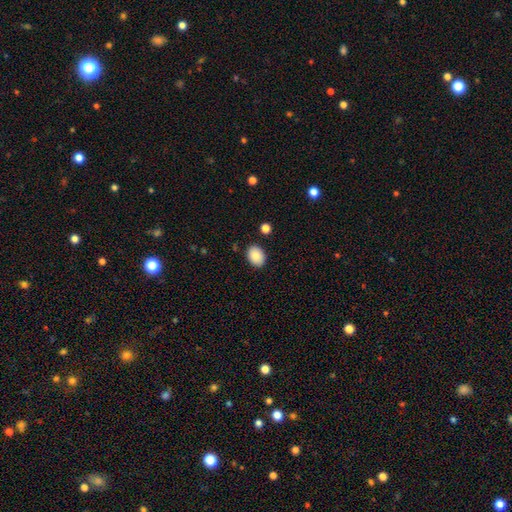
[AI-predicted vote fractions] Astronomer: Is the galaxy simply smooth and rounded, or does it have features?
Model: smooth — 86%.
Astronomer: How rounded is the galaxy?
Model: in between — 71%.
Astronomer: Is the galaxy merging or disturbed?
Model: none — 87%.